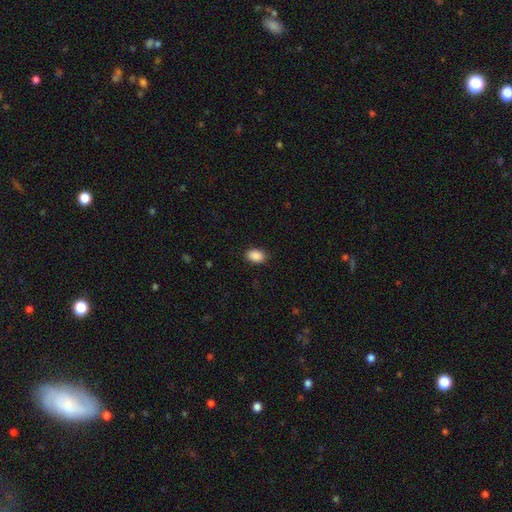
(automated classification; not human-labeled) Smooth or featured? Predicted: smooth (p=0.90). How rounded? Predicted: in between (p=0.84). Merging? Predicted: none (p=0.88).